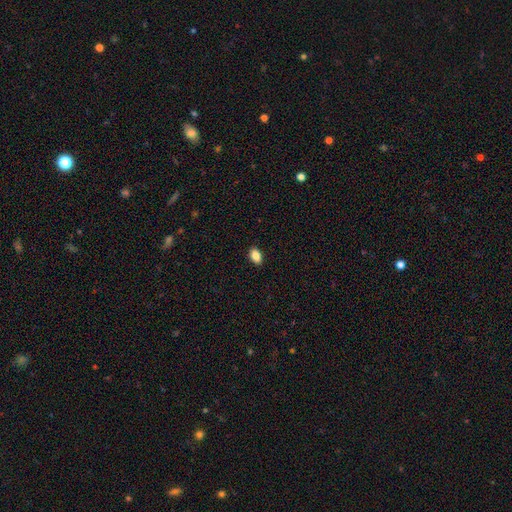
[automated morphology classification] smooth-or-featured: smooth: 87% | star or artifact: 8% | featured or disk: 5%
  how-rounded: in between: 87% | round: 11% | cigar-shaped: 2%
  merging: none: 89% | minor disturbance: 8% | major disturbance: 2% | merger: 1%